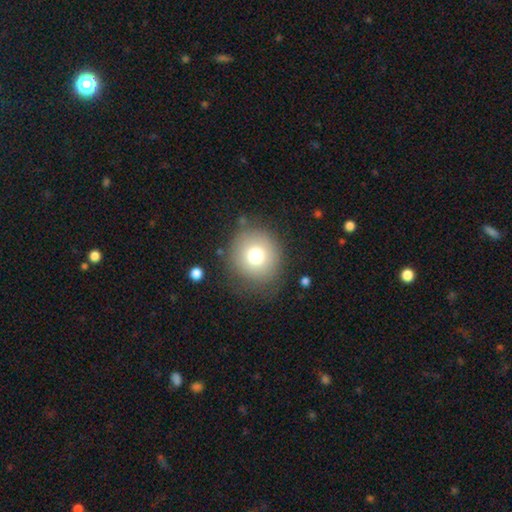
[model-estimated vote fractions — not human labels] Smooth or featured: smooth — 75% (featured or disk — 14%)
How rounded: round — 92% (in between — 7%)
Merging: none — 78% (minor disturbance — 14%)